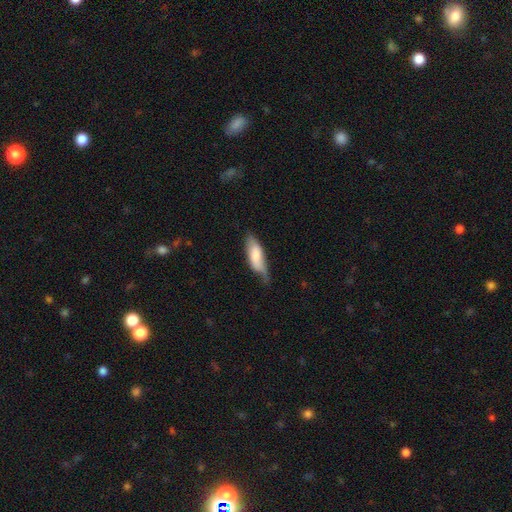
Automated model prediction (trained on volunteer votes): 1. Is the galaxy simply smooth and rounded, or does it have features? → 72% smooth, 22% featured or disk, 6% star or artifact.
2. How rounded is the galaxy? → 64% in between, 34% cigar-shaped, 2% round.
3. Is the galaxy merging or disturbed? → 44% minor disturbance, 36% none, 17% major disturbance, 3% merger.